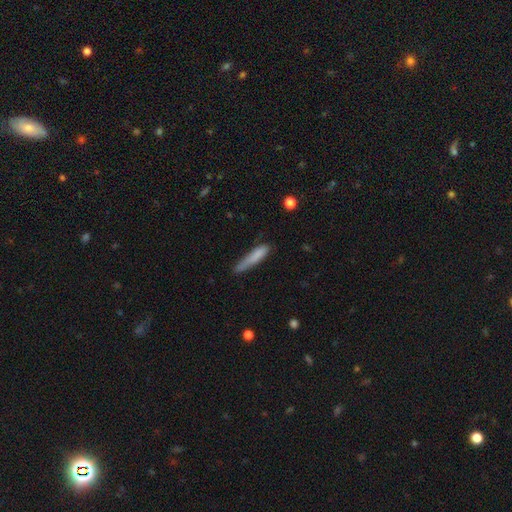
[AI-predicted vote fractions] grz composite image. It shows a smooth galaxy with no disk features (79%) that is cigar-shaped (89%). Merging: none (56%).